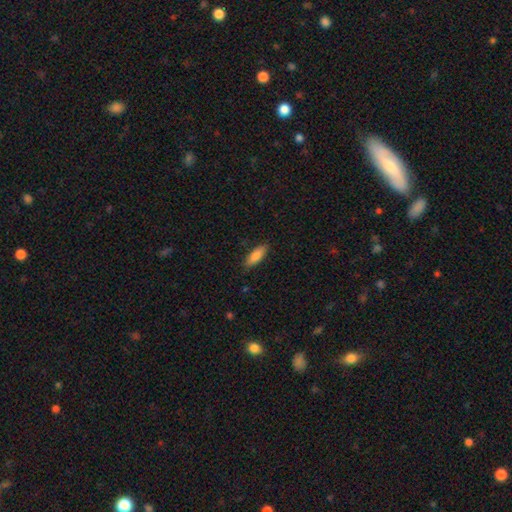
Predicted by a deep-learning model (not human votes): smooth_or_featured: smooth (p=0.84) [alt: featured or disk p=0.10]
how_rounded: in between (p=0.60) [alt: cigar-shaped p=0.38]
merging: none (p=0.86) [alt: minor disturbance p=0.11]